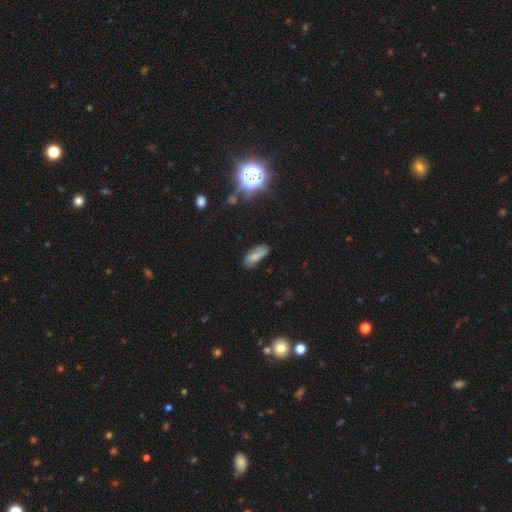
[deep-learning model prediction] smooth 61%, featured or disk 26%, star or artifact 12%. Down the decision tree: how rounded — in between (75%); merging — none (70%).